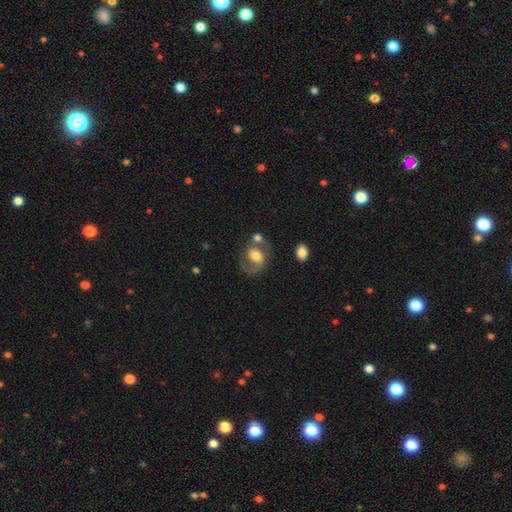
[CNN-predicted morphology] Overall: featured or disk (60%; smooth 32%). Edge-on disk: no (96%). Bar: no (46%; weak 38%). Spiral arms: yes (76%). Bulge size: moderate (47%; large 35%). Merging: none (51%; merger 19%).